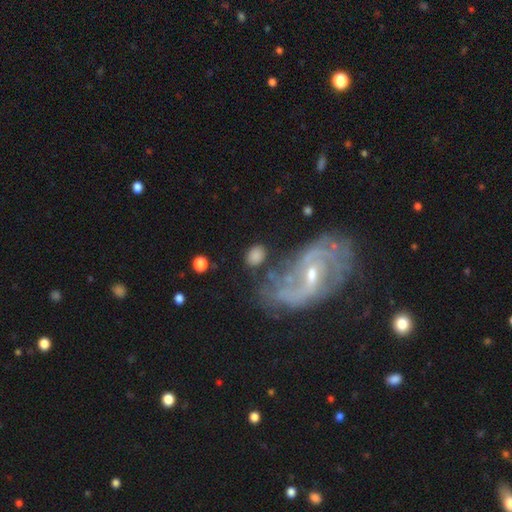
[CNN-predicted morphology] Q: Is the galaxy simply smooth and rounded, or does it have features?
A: smooth — 72%.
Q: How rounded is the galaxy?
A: in between — 59%.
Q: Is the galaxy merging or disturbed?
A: none — 68%.